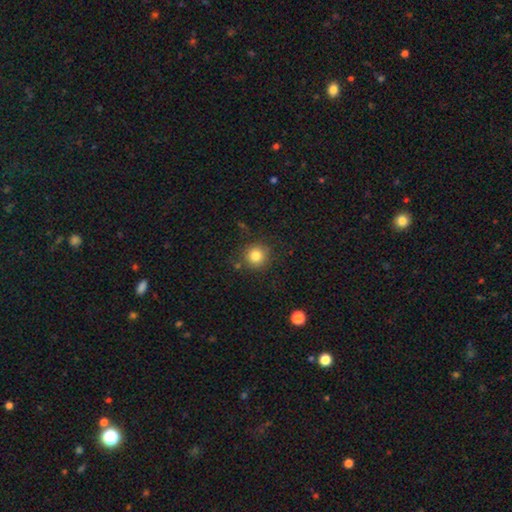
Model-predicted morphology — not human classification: A smooth galaxy with no disk features (82%) that is round (92%).

Vote fractions:
- Smooth or featured? smooth: 82% / star or artifact: 11% / featured or disk: 7%
- How rounded? round: 92% / in between: 7% / cigar-shaped: 1%
- Merging? none: 83% / minor disturbance: 10% / major disturbance: 3% / merger: 3%